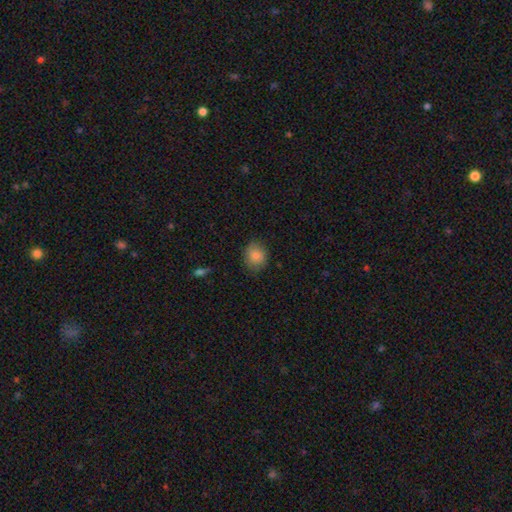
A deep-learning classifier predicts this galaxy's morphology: Smooth or featured? smooth (81%)
How rounded? round (60%)
Merging? none (76%)